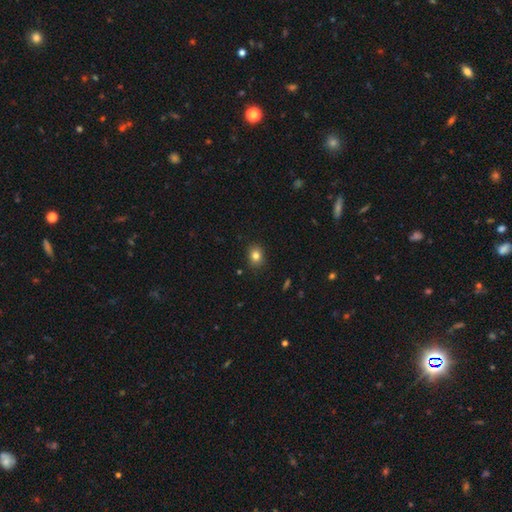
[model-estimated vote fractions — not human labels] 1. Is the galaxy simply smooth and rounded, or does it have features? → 81% smooth, 12% star or artifact, 7% featured or disk.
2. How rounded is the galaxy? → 58% round, 41% in between, 1% cigar-shaped.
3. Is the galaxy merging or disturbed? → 88% none, 9% minor disturbance, 2% major disturbance, 1% merger.